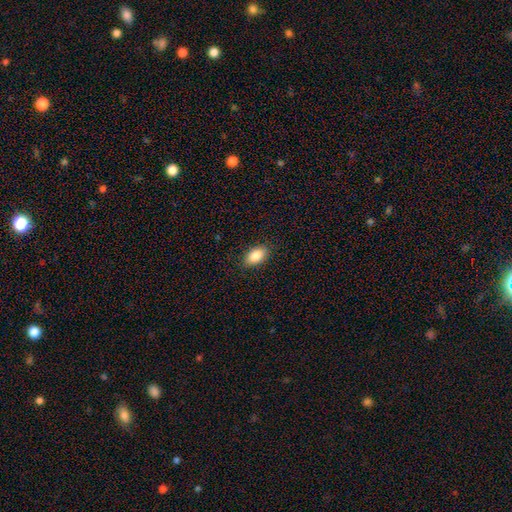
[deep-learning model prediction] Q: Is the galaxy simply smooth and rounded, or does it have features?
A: smooth — 86%.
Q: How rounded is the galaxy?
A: in between — 92%.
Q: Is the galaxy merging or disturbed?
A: none — 88%.